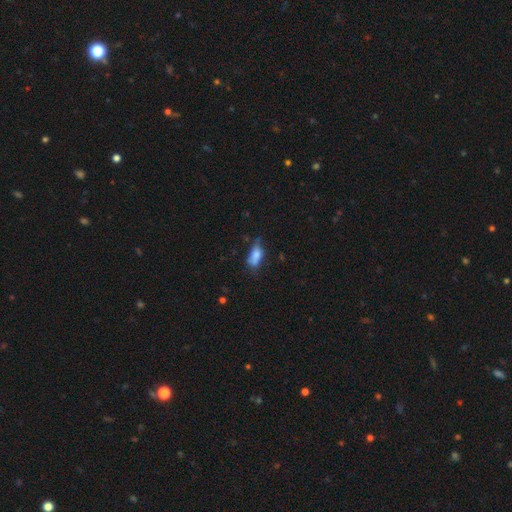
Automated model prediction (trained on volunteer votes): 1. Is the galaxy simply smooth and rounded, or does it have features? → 73% smooth, 17% featured or disk, 10% star or artifact.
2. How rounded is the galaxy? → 82% in between, 14% cigar-shaped, 4% round.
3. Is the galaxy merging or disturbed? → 38% none, 36% minor disturbance, 19% major disturbance, 8% merger.